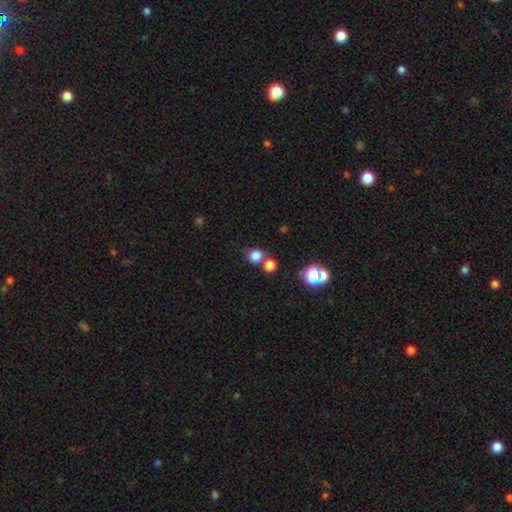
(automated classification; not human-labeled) Q: Smooth or featured?
A: smooth (80%); runner-up: star or artifact (15%)
Q: How rounded?
A: round (80%); runner-up: in between (19%)
Q: Merging?
A: none (61%); runner-up: merger (27%)